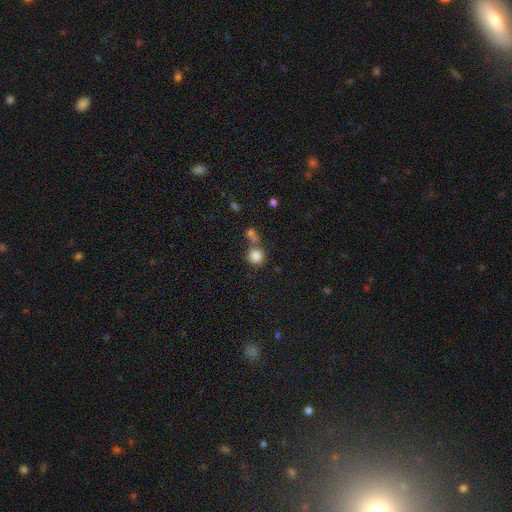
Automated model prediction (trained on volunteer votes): A smooth galaxy with no disk features (83%) that is round (91%).

Vote fractions:
- Smooth or featured? smooth: 83% / star or artifact: 11% / featured or disk: 6%
- How rounded? round: 91% / in between: 8% / cigar-shaped: 1%
- Merging? none: 62% / merger: 25% / minor disturbance: 9% / major disturbance: 4%